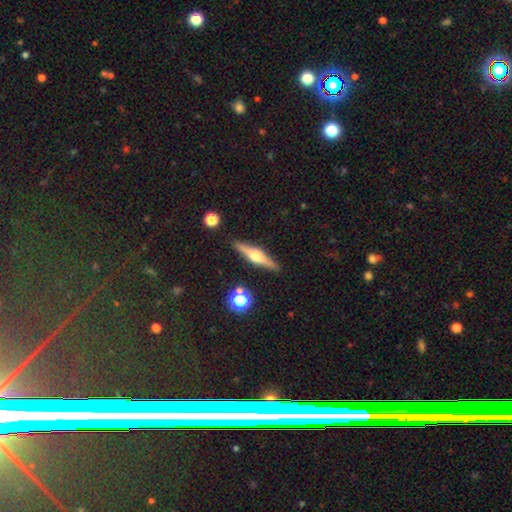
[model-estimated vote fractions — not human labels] Overall: featured or disk (71%). Edge-on disk: yes (97%). Edge-on bulge: rounded (92%). Merging: none (89%).